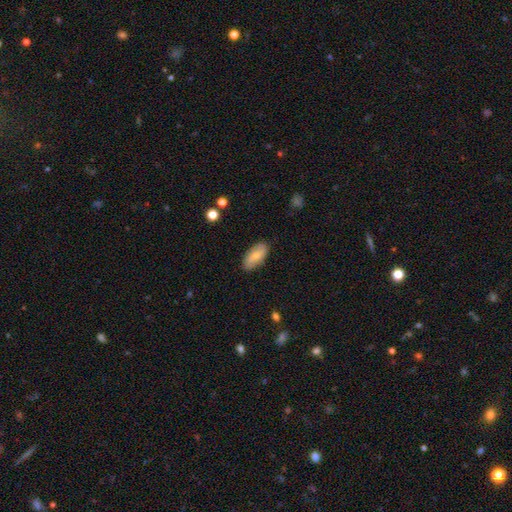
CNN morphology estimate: A smooth galaxy with no disk features (66%) that is in between round and cigar-shaped (89%). Merging: none (83%).